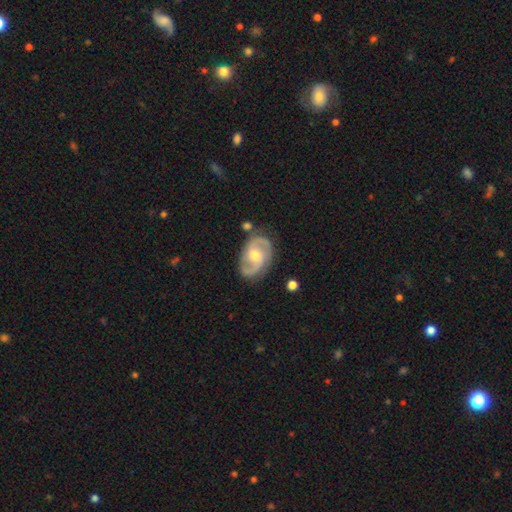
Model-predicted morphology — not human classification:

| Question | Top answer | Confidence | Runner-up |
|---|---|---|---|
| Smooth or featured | featured or disk | 87% | smooth (9%) |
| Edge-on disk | no | 97% | yes (3%) |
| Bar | weak | 47% | no (41%) |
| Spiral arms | yes | 96% | no (4%) |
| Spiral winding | medium | 56% | tight (25%) |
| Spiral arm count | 2 | 92% | can't tell (3%) |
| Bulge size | moderate | 64% | small (30%) |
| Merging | none | 80% | minor disturbance (14%) |